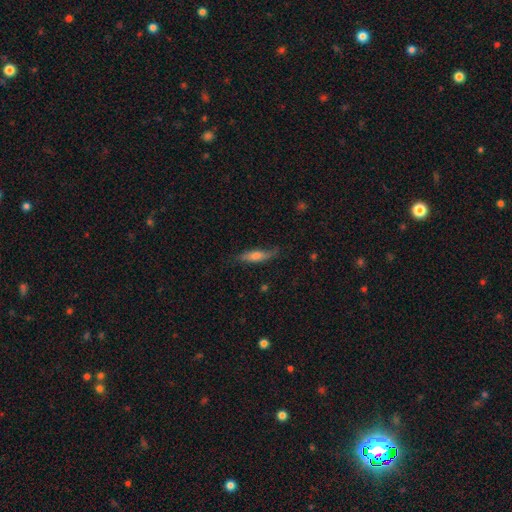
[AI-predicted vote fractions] smooth-or-featured: featured or disk: 48% | smooth: 43% | star or artifact: 9%
  merging: none: 72% | minor disturbance: 21% | major disturbance: 6% | merger: 2%